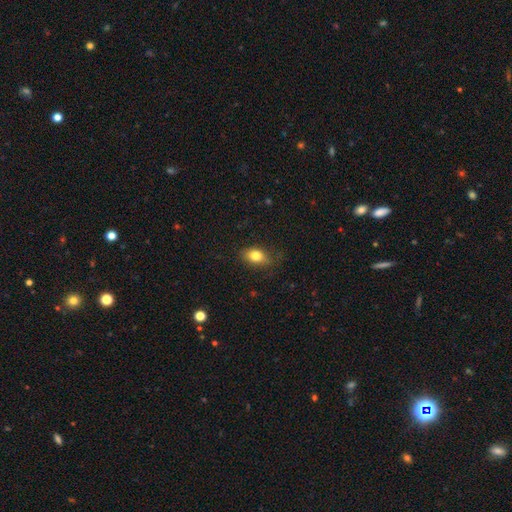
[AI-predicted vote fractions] A smooth galaxy with no disk features (81%) that is in between round and cigar-shaped (80%). Merging: none (76%).